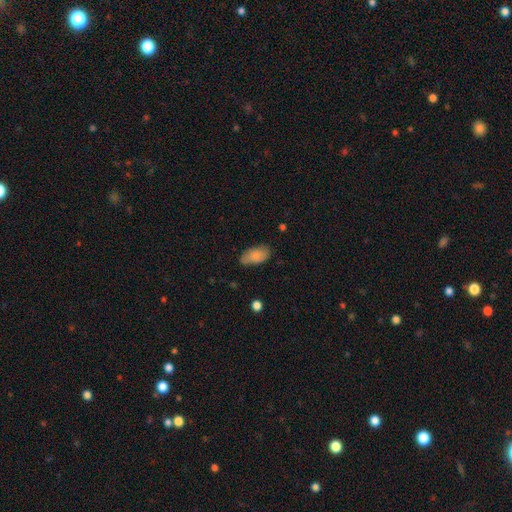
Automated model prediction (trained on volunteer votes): Q: Smooth or featured?
A: smooth (83%); runner-up: featured or disk (9%)
Q: How rounded?
A: in between (93%); runner-up: cigar-shaped (4%)
Q: Merging?
A: none (69%); runner-up: minor disturbance (23%)